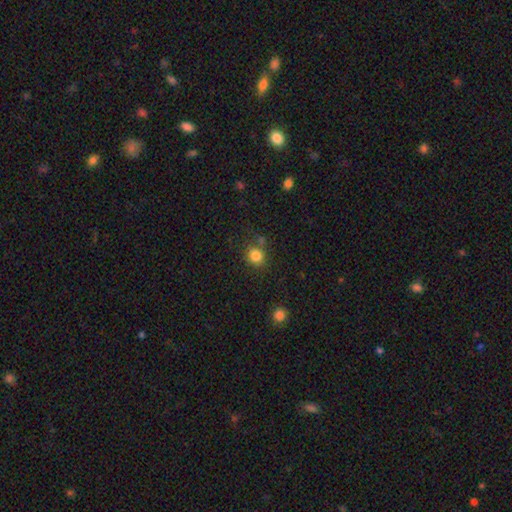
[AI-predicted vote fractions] Overall: smooth (83%). How rounded: round (80%). Merging: none (74%).